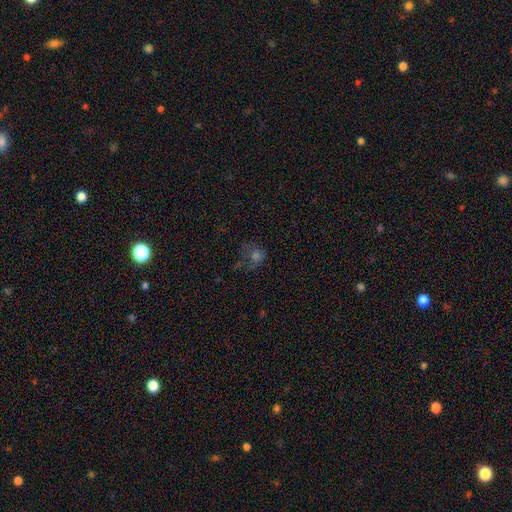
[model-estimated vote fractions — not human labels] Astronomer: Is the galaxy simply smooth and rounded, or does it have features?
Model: smooth — 50% (runner-up: star or artifact, 28%).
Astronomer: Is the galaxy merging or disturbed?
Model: none — 45% (runner-up: major disturbance, 30%).